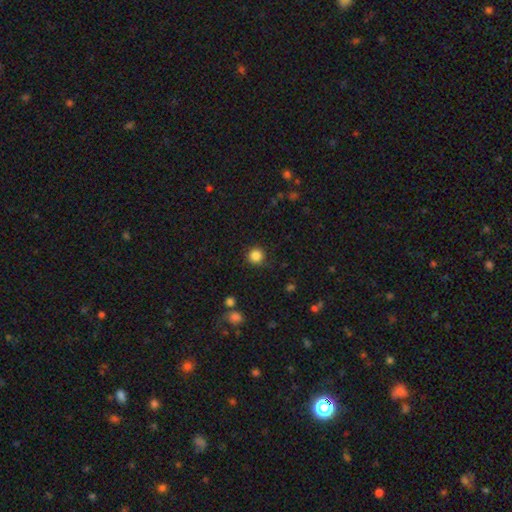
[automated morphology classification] A smooth galaxy with no disk features (85%) that is round (94%). Merging: none (87%).